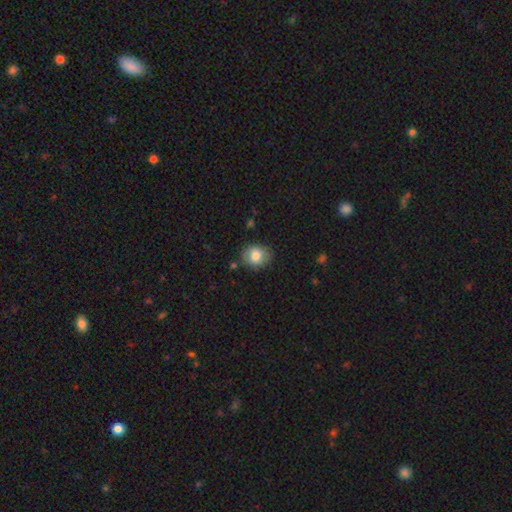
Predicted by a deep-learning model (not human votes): smooth-or-featured: smooth: 80% | featured or disk: 12% | star or artifact: 8%
  how-rounded: round: 63% | in between: 37% | cigar-shaped: 1%
  merging: none: 82% | minor disturbance: 13% | major disturbance: 3% | merger: 2%